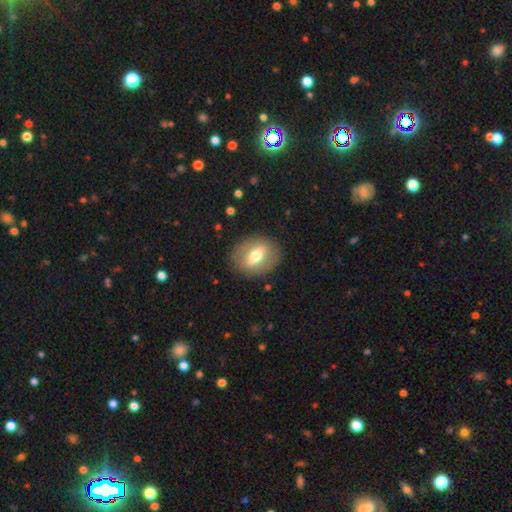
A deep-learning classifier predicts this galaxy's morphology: Q: Smooth or featured?
A: smooth (47%); runner-up: featured or disk (46%)
Q: Merging?
A: none (86%); runner-up: minor disturbance (9%)